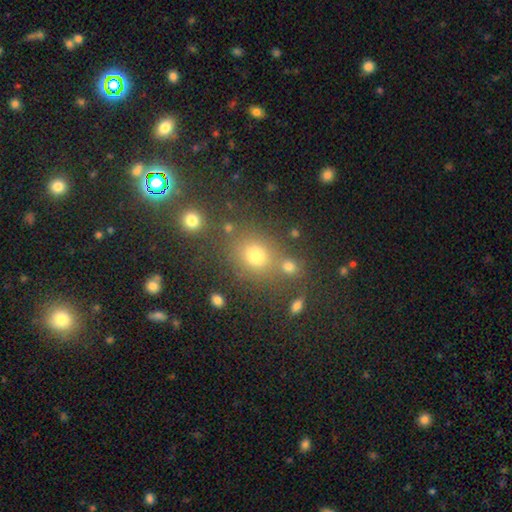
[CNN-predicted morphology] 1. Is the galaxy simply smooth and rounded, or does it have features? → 68% smooth, 23% star or artifact, 9% featured or disk.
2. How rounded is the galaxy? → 73% round, 25% in between, 1% cigar-shaped.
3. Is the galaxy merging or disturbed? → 69% none, 15% merger, 11% minor disturbance, 5% major disturbance.